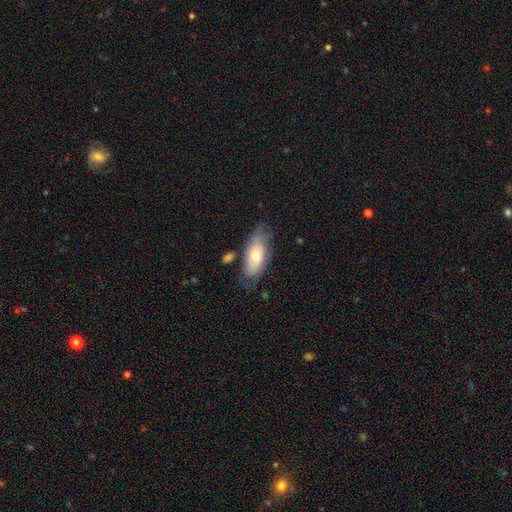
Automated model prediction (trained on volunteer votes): Overall: smooth (61%; featured or disk 32%). How rounded: in between (84%). Merging: none (62%; minor disturbance 25%).